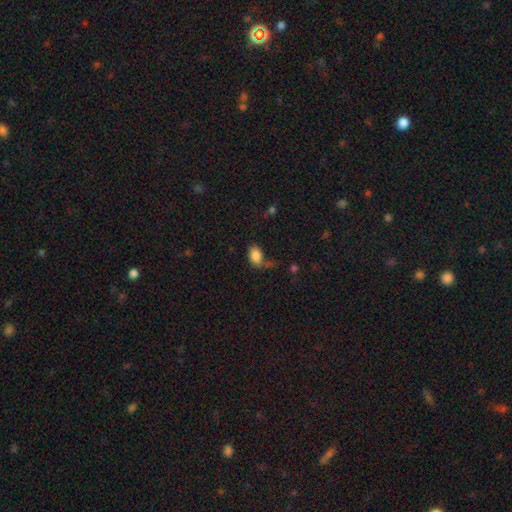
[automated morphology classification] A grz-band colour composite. It shows a smooth galaxy with no disk features (85%) that is in between round and cigar-shaped (86%). Merging: none (49%).